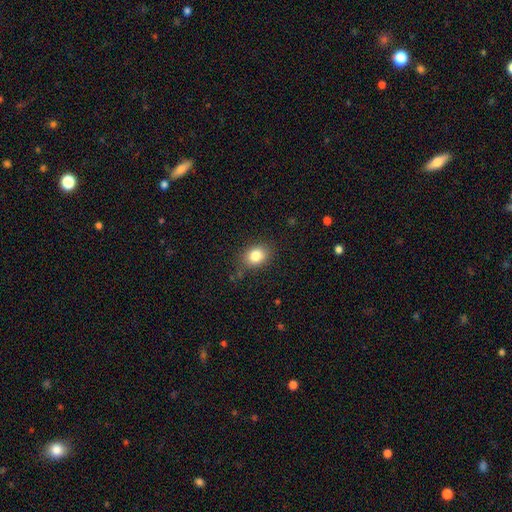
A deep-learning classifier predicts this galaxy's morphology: smooth_or_featured: smooth (p=0.83) [alt: star or artifact p=0.10]
how_rounded: in between (p=0.54) [alt: round p=0.45]
merging: none (p=0.82) [alt: minor disturbance p=0.13]